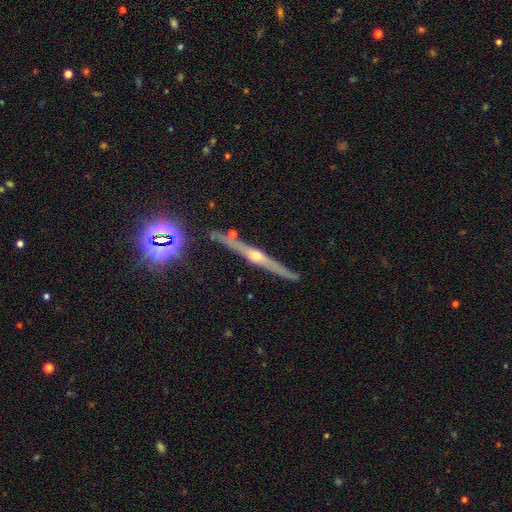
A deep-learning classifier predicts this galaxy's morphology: A featured or disk galaxy (79%) viewed edge-on (97%) with a rounded central bulge (91%).

Vote fractions:
- Smooth or featured? featured or disk: 79% / smooth: 12% / star or artifact: 9%
- Edge-on disk? yes: 97% / no: 3%
- Edge-on bulge? rounded: 91% / none: 6% / boxy: 3%
- Merging? none: 87% / minor disturbance: 9% / merger: 3% / major disturbance: 2%